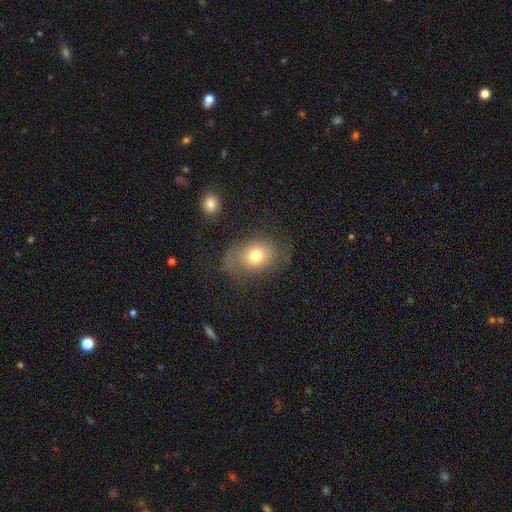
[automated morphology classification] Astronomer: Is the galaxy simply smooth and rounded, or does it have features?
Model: smooth — 67%.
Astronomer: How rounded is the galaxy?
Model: in between — 61% (runner-up: round, 38%).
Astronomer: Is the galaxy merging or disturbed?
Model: none — 53%.